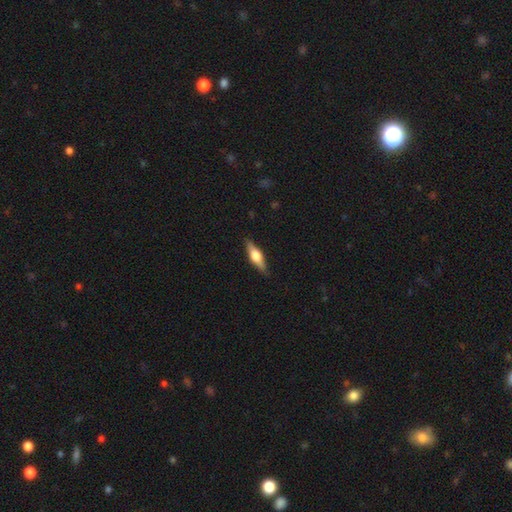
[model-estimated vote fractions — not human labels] smooth-or-featured: featured or disk: 59% | smooth: 35% | star or artifact: 6%
  disk-edge-on: yes: 96% | no: 4%
    edge-on-bulge: rounded: 92% | boxy: 6% | none: 2%
  merging: none: 88% | minor disturbance: 9% | major disturbance: 2% | merger: 1%